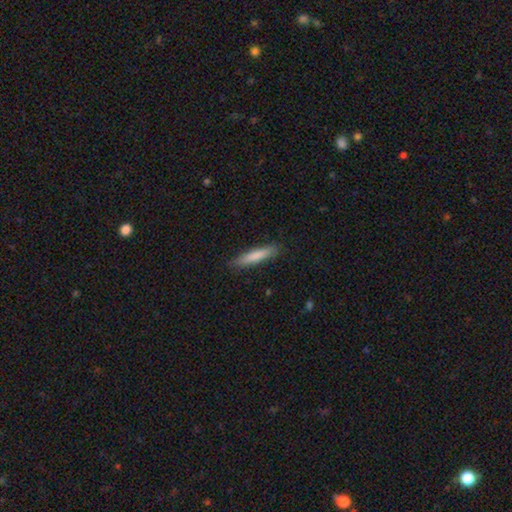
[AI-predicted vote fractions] Overall: smooth (81%). How rounded: cigar-shaped (88%). Merging: none (88%).